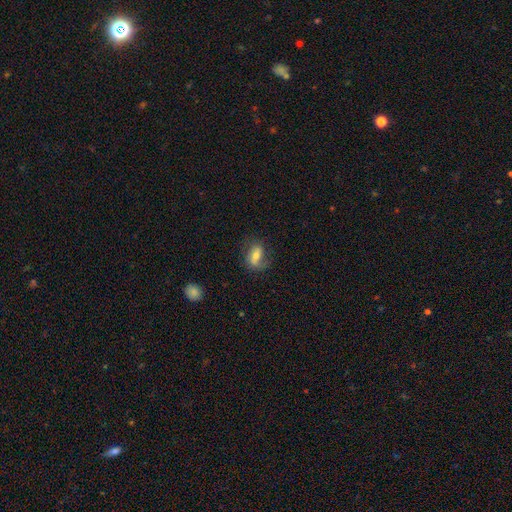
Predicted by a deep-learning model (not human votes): smooth-or-featured: featured or disk: 49% | smooth: 42% | star or artifact: 9%
  merging: none: 64% | minor disturbance: 22% | major disturbance: 13% | merger: 2%